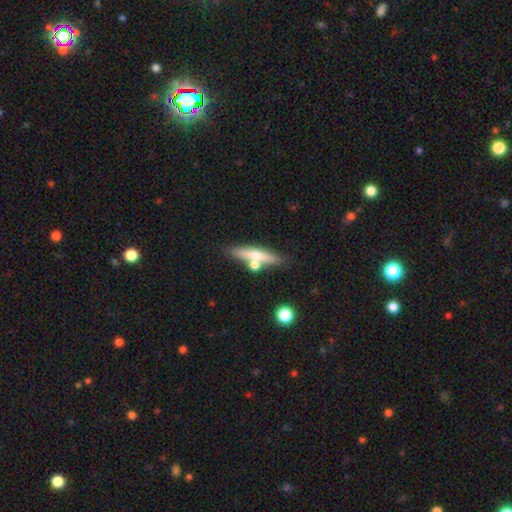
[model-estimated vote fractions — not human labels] Smooth or featured? Predicted: smooth (p=0.52). How rounded? Predicted: cigar-shaped (p=0.84). Merging? Predicted: none (p=0.70).